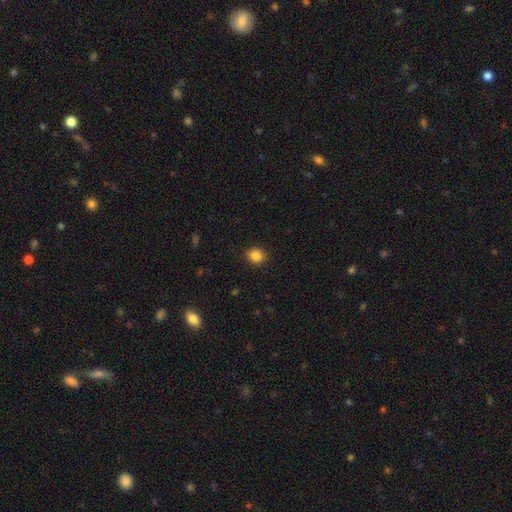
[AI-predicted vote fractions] smooth_or_featured: smooth (p=0.86) [alt: star or artifact p=0.11]
how_rounded: round (p=0.84) [alt: in between p=0.15]
merging: none (p=0.90) [alt: minor disturbance p=0.07]